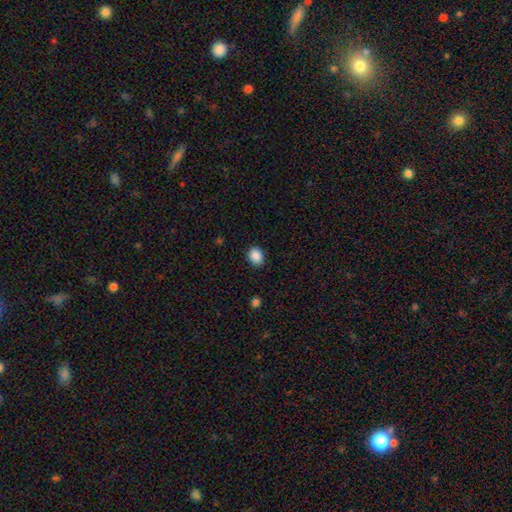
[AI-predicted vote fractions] Overall: smooth (88%). How rounded: round (55%; in between 44%). Merging: none (88%).